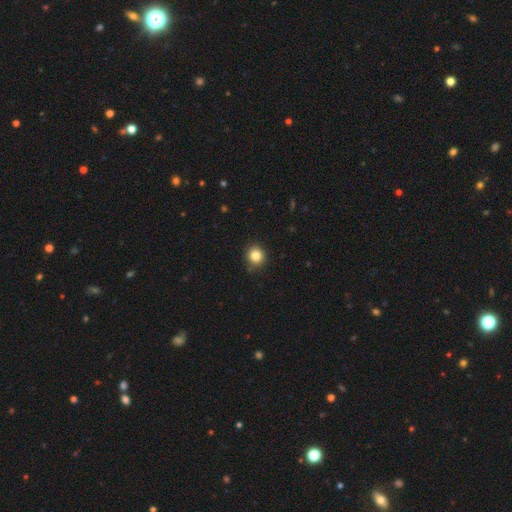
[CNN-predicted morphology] smooth_or_featured: smooth (p=0.83) [alt: star or artifact p=0.11]
how_rounded: round (p=0.89) [alt: in between p=0.10]
merging: none (p=0.88) [alt: minor disturbance p=0.09]